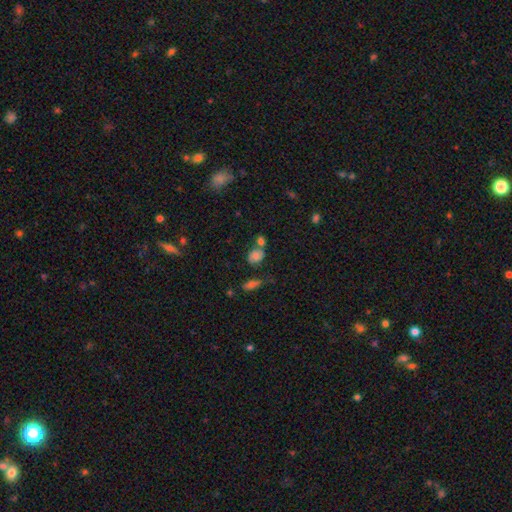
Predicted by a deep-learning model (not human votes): Morphology: type=smooth (71%); roundness=round (52%); merging=none (48%).